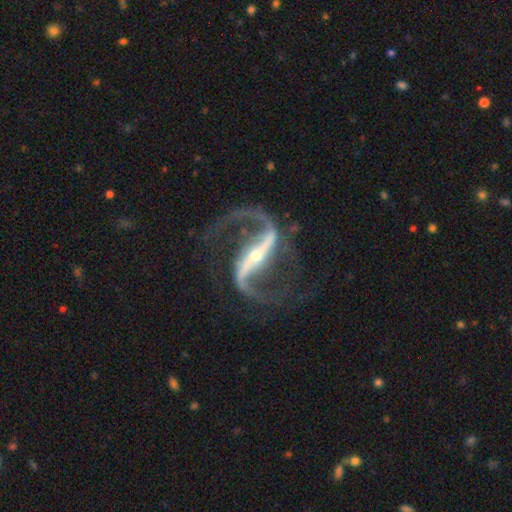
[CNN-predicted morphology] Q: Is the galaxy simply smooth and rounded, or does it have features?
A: featured or disk — 94%.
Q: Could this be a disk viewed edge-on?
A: no — 96%.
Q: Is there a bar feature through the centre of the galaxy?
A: strong — 81%.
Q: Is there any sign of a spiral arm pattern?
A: yes — 98%.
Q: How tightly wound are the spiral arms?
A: loose — 56%.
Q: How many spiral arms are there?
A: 2 — 94%.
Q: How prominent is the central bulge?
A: small — 71%.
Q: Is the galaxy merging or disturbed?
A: none — 77%.